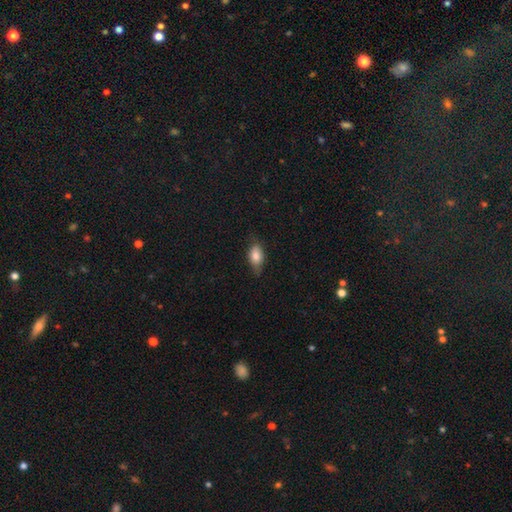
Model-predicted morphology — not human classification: Smooth or featured?
  - smooth: 78% *
  - featured or disk: 15%
  - star or artifact: 7%
How rounded?
  - in between: 87% *
  - round: 7%
  - cigar-shaped: 6%
Merging?
  - none: 68% *
  - minor disturbance: 25%
  - major disturbance: 5%
  - merger: 1%